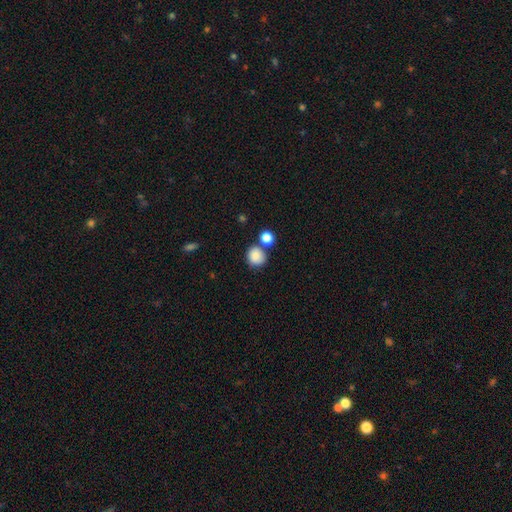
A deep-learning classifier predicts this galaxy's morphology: The model was most divided on "merging": none: 66%, merger: 20%, minor disturbance: 11%, major disturbance: 3%. More confident: how rounded — round (85%); smooth or featured — smooth (85%).